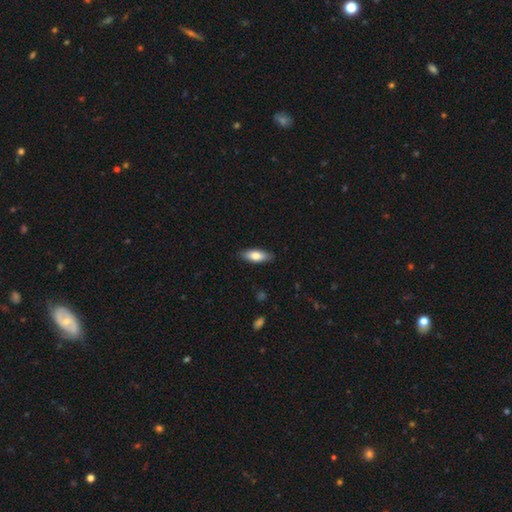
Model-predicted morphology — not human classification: Q: Smooth or featured?
A: smooth (77%); runner-up: featured or disk (17%)
Q: How rounded?
A: in between (69%); runner-up: cigar-shaped (29%)
Q: Merging?
A: none (87%); runner-up: minor disturbance (10%)